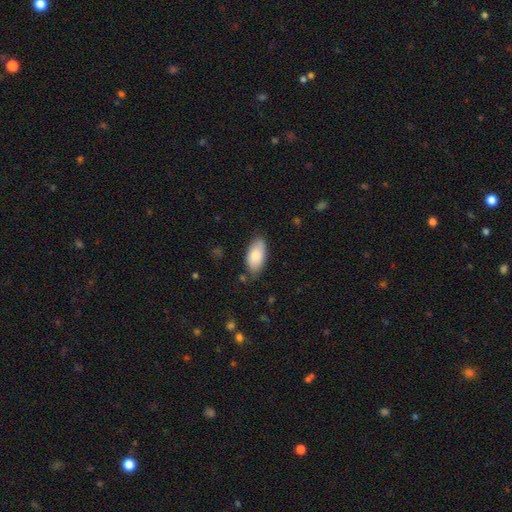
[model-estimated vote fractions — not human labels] Morphology: type=smooth (82%); roundness=in between (93%); merging=none (76%).